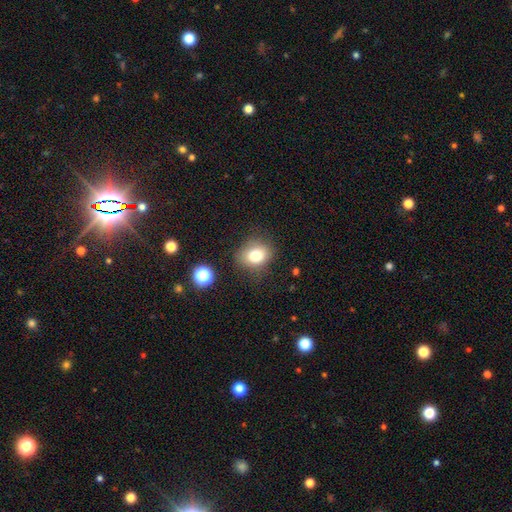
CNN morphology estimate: Smooth or featured? Predicted: smooth (p=0.78). How rounded? Predicted: round (p=0.55). Merging? Predicted: none (p=0.78).